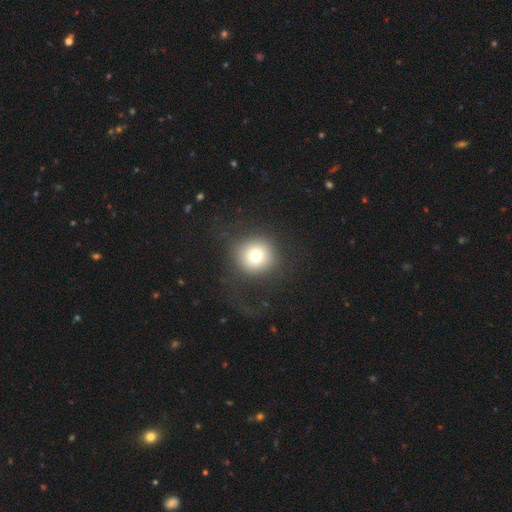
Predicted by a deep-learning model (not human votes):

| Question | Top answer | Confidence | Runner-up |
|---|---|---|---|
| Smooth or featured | smooth | 73% | featured or disk (14%) |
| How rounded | round | 93% | in between (6%) |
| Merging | none | 79% | major disturbance (11%) |